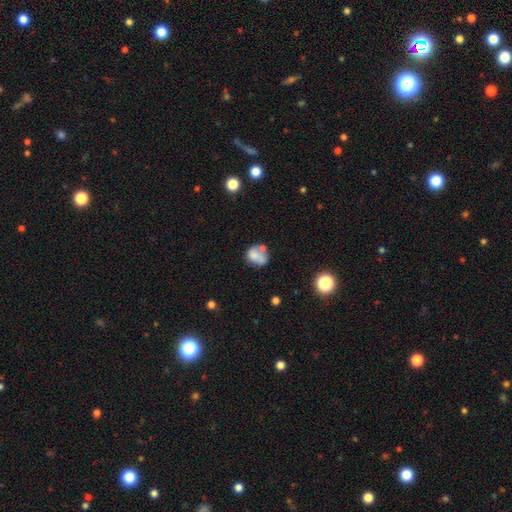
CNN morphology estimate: A smooth galaxy with no disk features (64%) that is round (56%).

Vote fractions:
- Smooth or featured? smooth: 64% / featured or disk: 26% / star or artifact: 10%
- How rounded? round: 56% / in between: 42% / cigar-shaped: 1%
- Merging? none: 34% / merger: 33% / minor disturbance: 20% / major disturbance: 13%